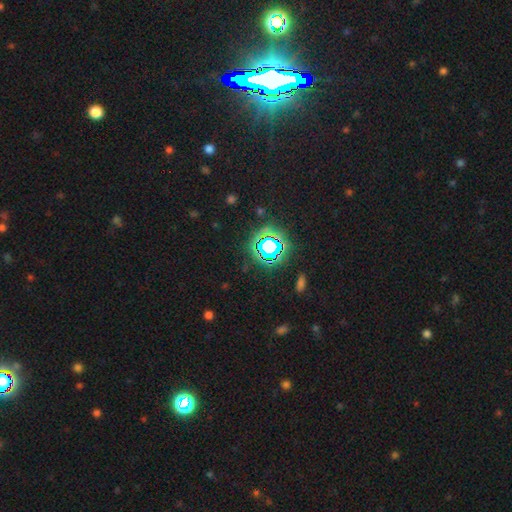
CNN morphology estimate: This appears to be a star or artifact, not a galaxy (82%).